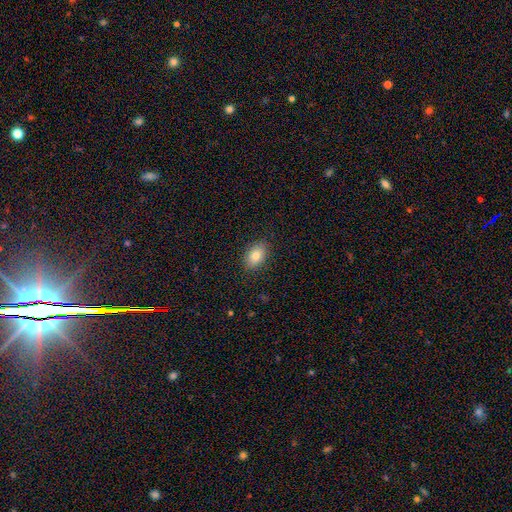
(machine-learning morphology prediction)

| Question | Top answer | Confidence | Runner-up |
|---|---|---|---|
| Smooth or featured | smooth | 82% | featured or disk (10%) |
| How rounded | in between | 86% | round (12%) |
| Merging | none | 87% | minor disturbance (10%) |